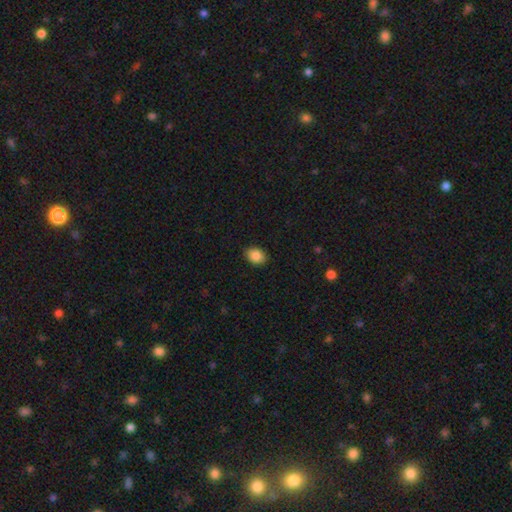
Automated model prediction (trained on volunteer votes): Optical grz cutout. It shows a smooth galaxy with no disk features (87%) that is in between round and cigar-shaped (61%). Merging: none (88%).